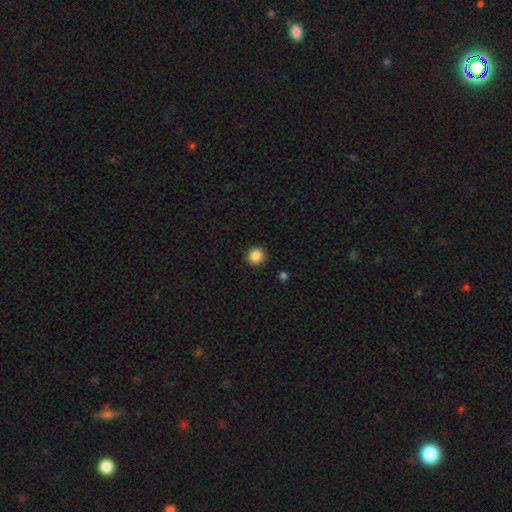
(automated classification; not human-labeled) This is clearly a smooth galaxy (87%). How rounded: clearly round (93%). Merging: clearly none (89%).